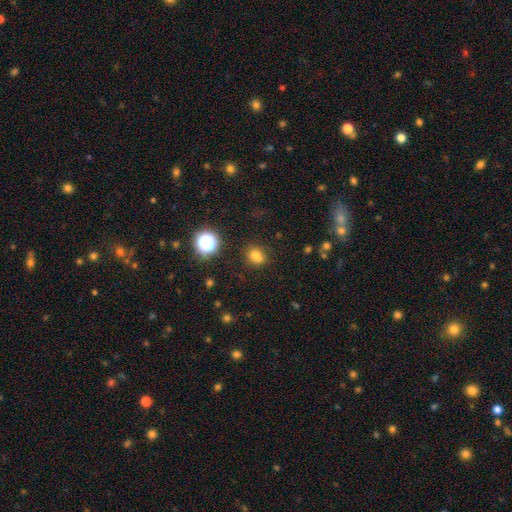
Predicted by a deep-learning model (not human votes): Smooth or featured?
  - smooth: 73% *
  - star or artifact: 19%
  - featured or disk: 8%
How rounded?
  - round: 61% *
  - in between: 38%
  - cigar-shaped: 1%
Merging?
  - none: 70% *
  - minor disturbance: 14%
  - merger: 11%
  - major disturbance: 5%